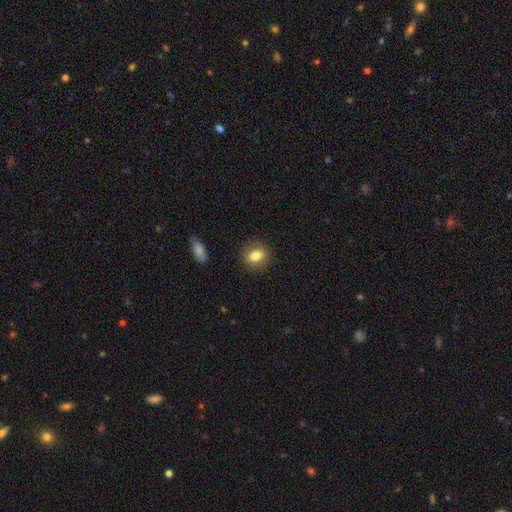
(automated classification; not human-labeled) Overall: smooth (80%). How rounded: round (50%; in between 47%). Merging: none (88%).